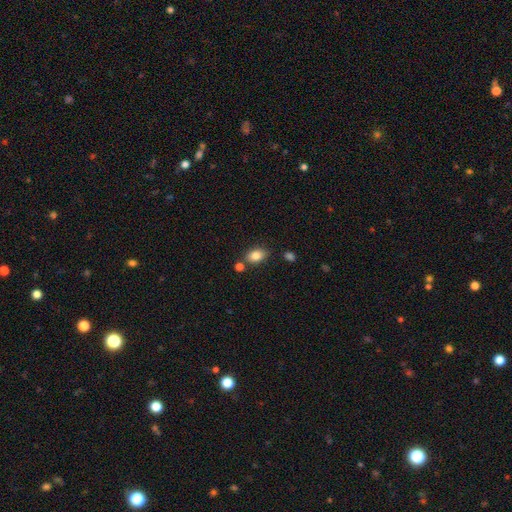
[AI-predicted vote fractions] This is clearly a smooth galaxy (83%). How rounded: clearly in between (82%). Merging: likely none (74%).